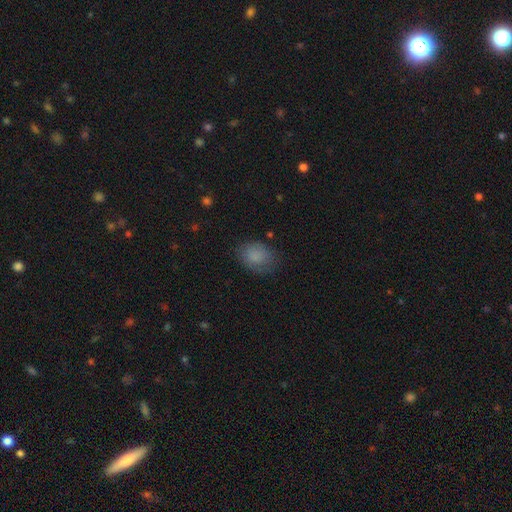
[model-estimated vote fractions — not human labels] A smooth galaxy with no disk features (82%) that is in between round and cigar-shaped (67%). Merging: none (69%).